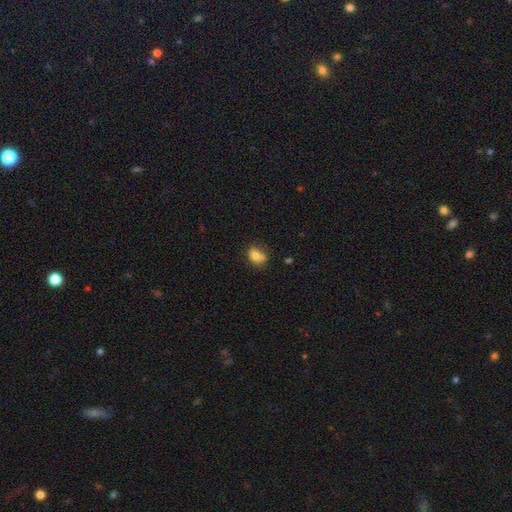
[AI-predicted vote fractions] The model was most divided on "how rounded": in between: 58%, round: 40%, cigar-shaped: 1%. Remaining: smooth or featured — smooth (77%); merging — none (48%).